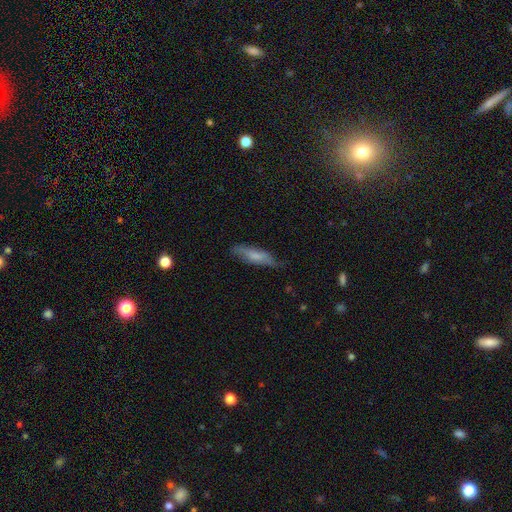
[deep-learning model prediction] A smooth galaxy with no disk features (63%) that is cigar-shaped (63%). Merging: none (68%).